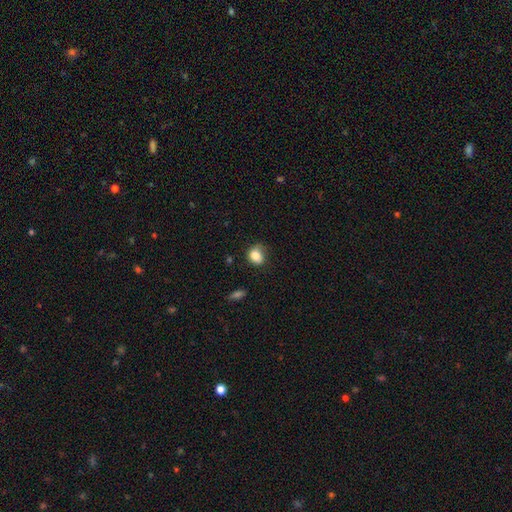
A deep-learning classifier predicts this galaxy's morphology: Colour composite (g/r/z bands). It shows a smooth galaxy with no disk features (83%) that is round (54%). Merging: none (59%).